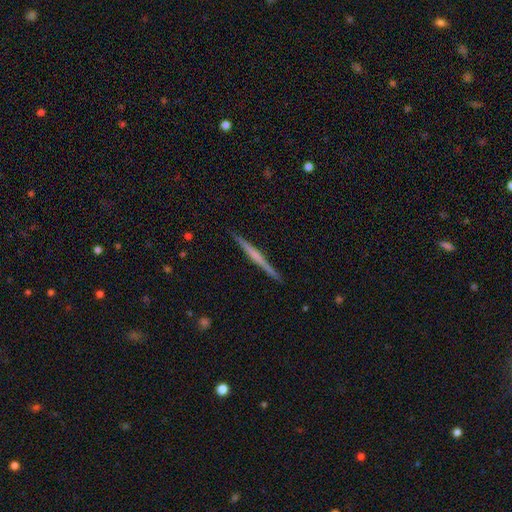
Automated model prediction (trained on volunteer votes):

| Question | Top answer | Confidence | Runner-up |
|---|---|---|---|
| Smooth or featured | featured or disk | 64% | smooth (31%) |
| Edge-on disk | yes | 98% | no (2%) |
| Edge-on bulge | none | 57% | rounded (28%) |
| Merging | none | 92% | minor disturbance (6%) |